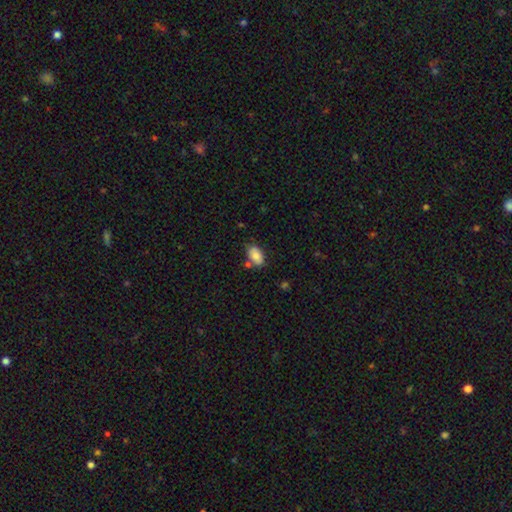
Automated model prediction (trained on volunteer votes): A smooth galaxy with no disk features (82%) that is in between round and cigar-shaped (92%).

Vote fractions:
- Smooth or featured? smooth: 82% / featured or disk: 11% / star or artifact: 7%
- How rounded? in between: 92% / round: 7% / cigar-shaped: 2%
- Merging? none: 68% / minor disturbance: 17% / merger: 11% / major disturbance: 4%